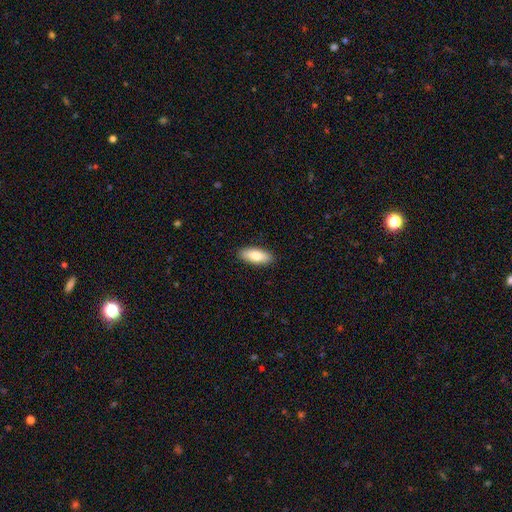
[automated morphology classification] smooth-or-featured: smooth: 81% | featured or disk: 13% | star or artifact: 6%
  how-rounded: in between: 82% | cigar-shaped: 16% | round: 2%
  merging: none: 90% | minor disturbance: 8% | major disturbance: 2% | merger: 1%